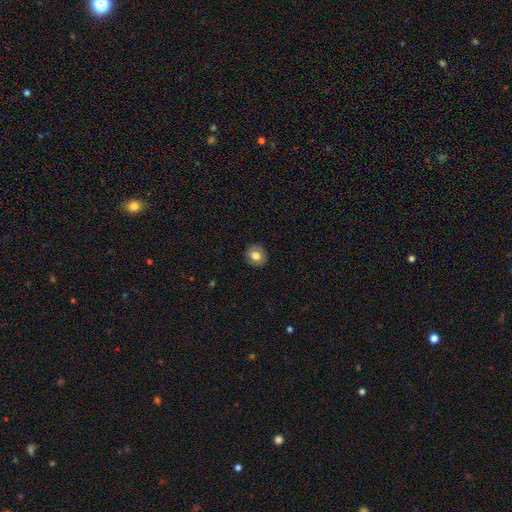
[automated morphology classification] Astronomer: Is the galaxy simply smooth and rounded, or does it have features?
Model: smooth — 72%.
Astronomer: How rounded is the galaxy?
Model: round — 85%.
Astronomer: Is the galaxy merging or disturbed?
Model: none — 89%.